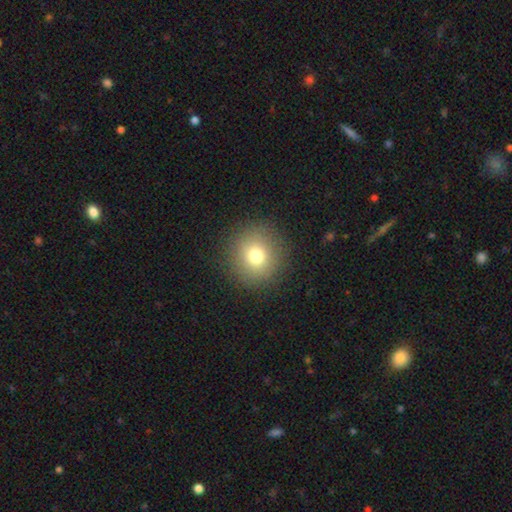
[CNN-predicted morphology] smooth_or_featured: smooth (p=0.75) [alt: star or artifact p=0.14]
how_rounded: round (p=0.92) [alt: in between p=0.07]
merging: none (p=0.89) [alt: minor disturbance p=0.07]